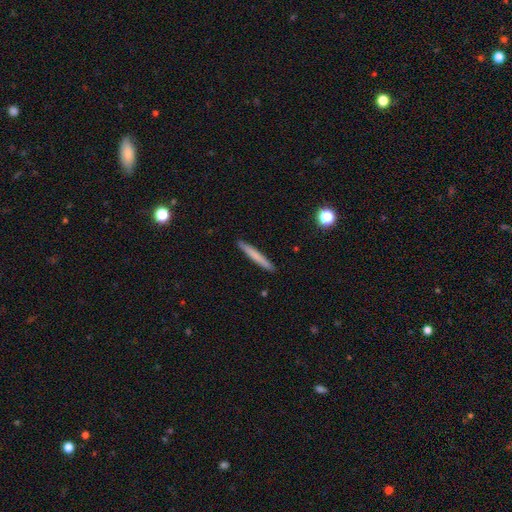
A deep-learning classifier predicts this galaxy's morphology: smooth-or-featured: smooth: 71% | featured or disk: 23% | star or artifact: 6%
  how-rounded: cigar-shaped: 96% | in between: 2% | round: 1%
  merging: none: 92% | minor disturbance: 6% | major disturbance: 1% | merger: 1%